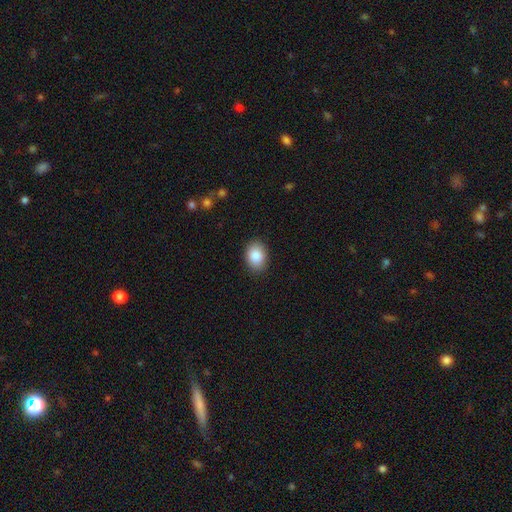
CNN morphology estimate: Smooth or featured?
  - smooth: 88% *
  - star or artifact: 7%
  - featured or disk: 5%
How rounded?
  - in between: 72% *
  - round: 27%
  - cigar-shaped: 1%
Merging?
  - none: 88% *
  - minor disturbance: 9%
  - major disturbance: 2%
  - merger: 1%